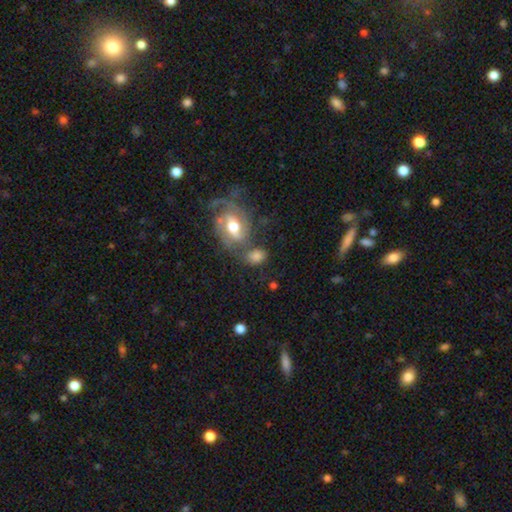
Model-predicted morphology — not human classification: smooth-or-featured: smooth: 49% | featured or disk: 40% | star or artifact: 12%
  merging: none: 46% | merger: 28% | minor disturbance: 16% | major disturbance: 10%